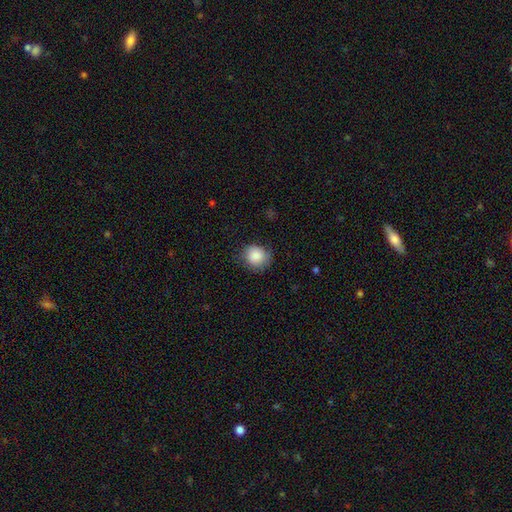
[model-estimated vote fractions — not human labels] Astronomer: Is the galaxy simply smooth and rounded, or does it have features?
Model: smooth — 87%.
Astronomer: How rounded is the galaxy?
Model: round — 83%.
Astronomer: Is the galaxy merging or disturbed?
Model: none — 75%.